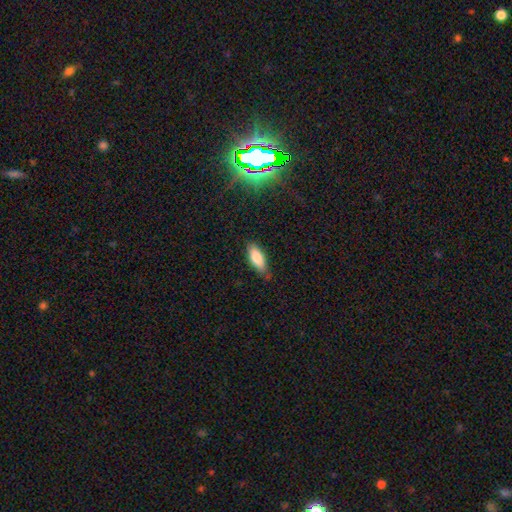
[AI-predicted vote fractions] Morphology: type=smooth (81%); roundness=in between (75%); merging=none (78%).